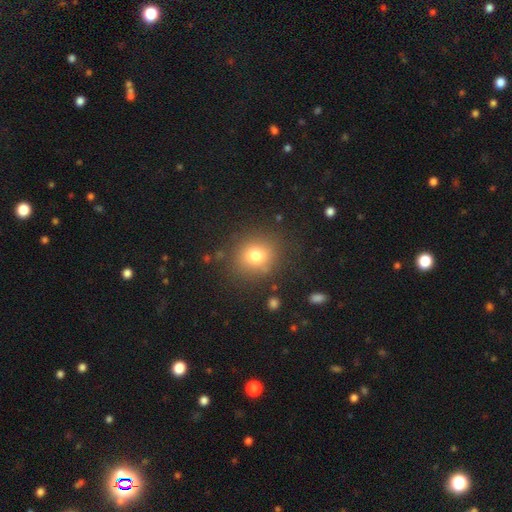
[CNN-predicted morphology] type=smooth (76%); roundness=round (78%); merging=none (83%).